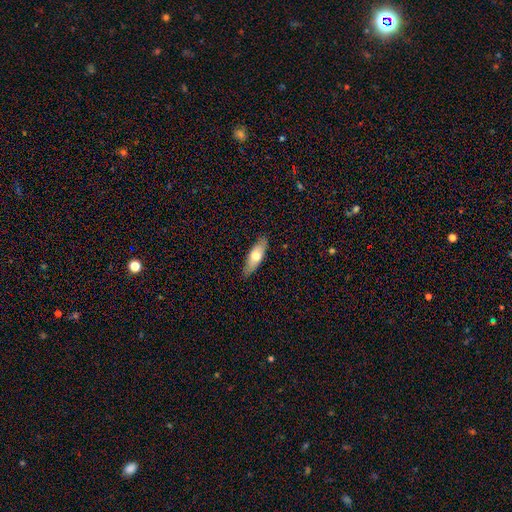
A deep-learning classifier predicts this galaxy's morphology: Overall: smooth (66%; featured or disk 28%). How rounded: in between (62%; cigar-shaped 35%). Merging: none (86%).